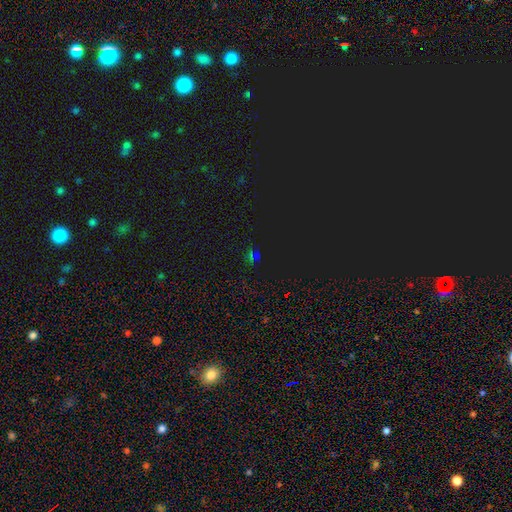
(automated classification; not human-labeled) This is likely a star or artifact rather than a galaxy (69%).